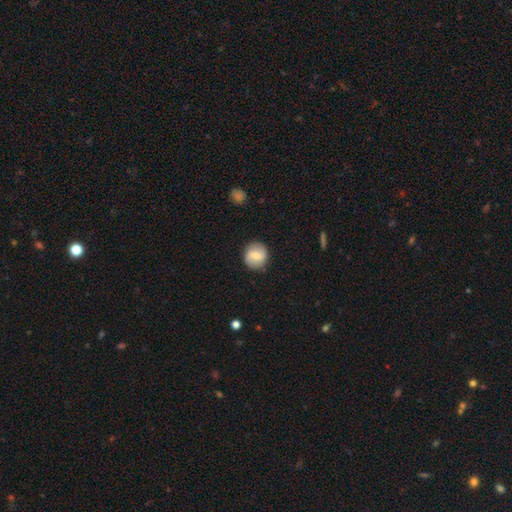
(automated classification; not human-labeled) The model was most divided on "smooth or featured": smooth: 60%, featured or disk: 33%, star or artifact: 7%. More confident: how rounded — round (88%); merging — none (87%).